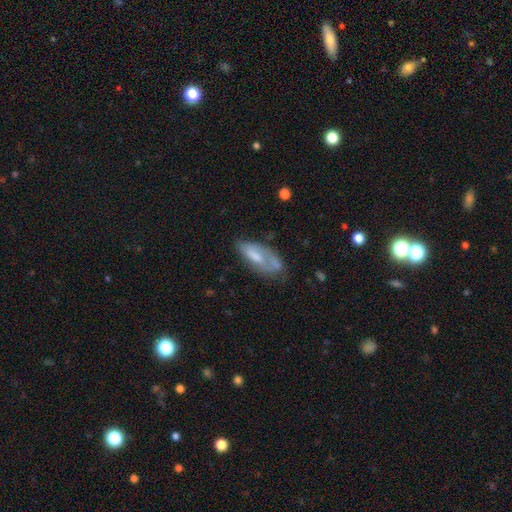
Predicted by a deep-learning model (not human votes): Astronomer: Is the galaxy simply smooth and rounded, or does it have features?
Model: smooth — 55% (runner-up: featured or disk, 38%).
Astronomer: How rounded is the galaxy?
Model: in between — 76%.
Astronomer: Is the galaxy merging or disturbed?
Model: none — 40% (runner-up: minor disturbance, 32%).